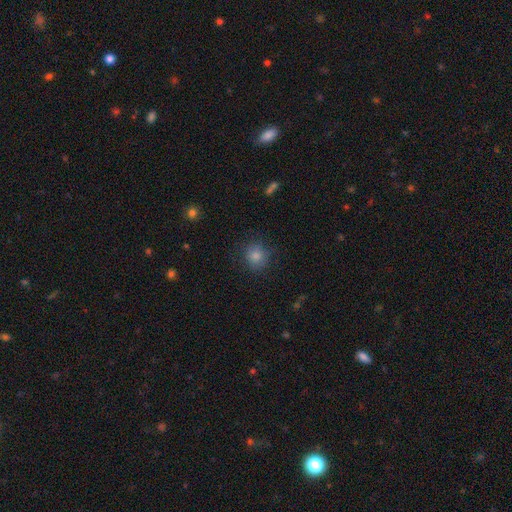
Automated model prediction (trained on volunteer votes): The model was most divided on "smooth or featured": smooth: 78%, star or artifact: 15%, featured or disk: 7%. More confident: how rounded — round (88%); merging — none (85%).